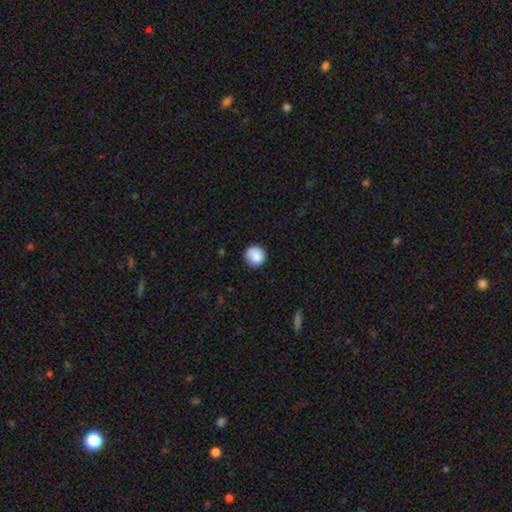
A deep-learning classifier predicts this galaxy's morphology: The model was most divided on "merging": none: 84%, minor disturbance: 12%, major disturbance: 2%, merger: 1%. More confident: how rounded — round (93%); smooth or featured — smooth (87%).